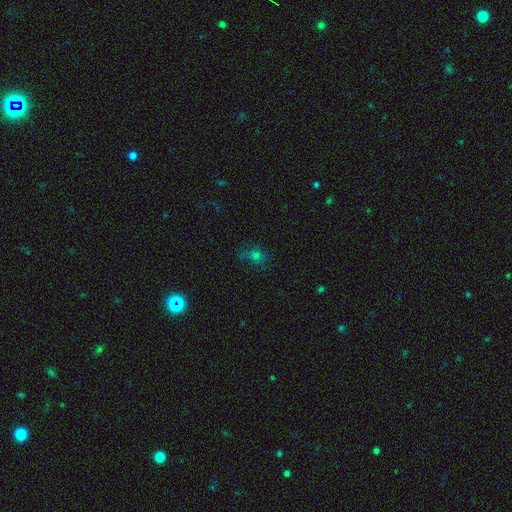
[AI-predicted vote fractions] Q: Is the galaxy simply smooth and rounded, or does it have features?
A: smooth — 48%.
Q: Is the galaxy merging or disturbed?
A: none — 68%.